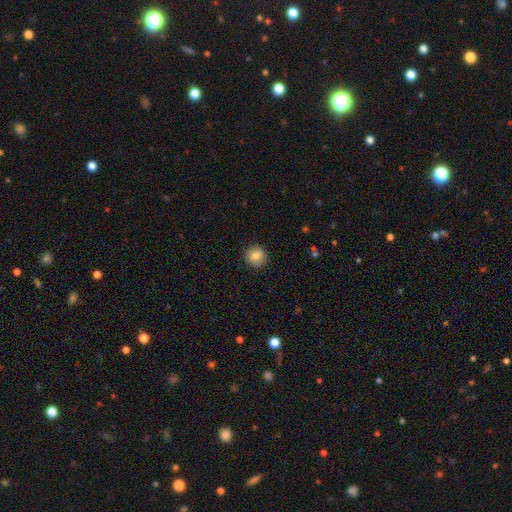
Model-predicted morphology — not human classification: This is clearly a smooth galaxy (82%). How rounded: clearly round (92%). Merging: clearly none (89%).